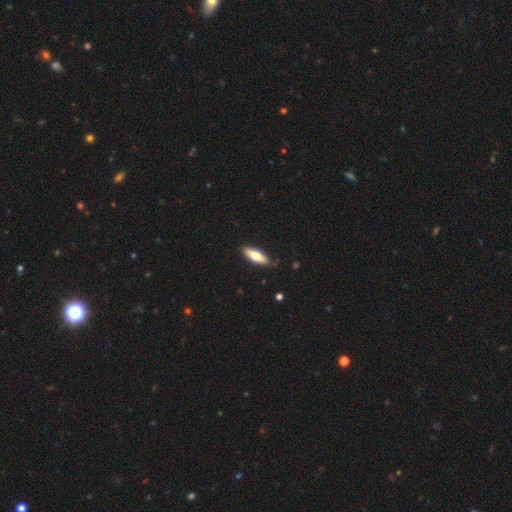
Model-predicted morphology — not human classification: Smooth or featured?
  - smooth: 66% *
  - featured or disk: 29%
  - star or artifact: 5%
How rounded?
  - in between: 58% *
  - cigar-shaped: 40%
  - round: 2%
Merging?
  - none: 86% *
  - minor disturbance: 10%
  - major disturbance: 2%
  - merger: 1%